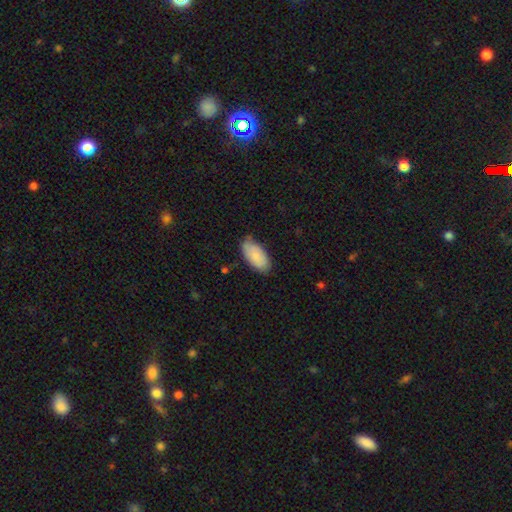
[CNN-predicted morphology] smooth_or_featured: smooth (p=0.85) [alt: featured or disk p=0.09]
how_rounded: in between (p=0.94) [alt: cigar-shaped p=0.05]
merging: none (p=0.72) [alt: minor disturbance p=0.23]